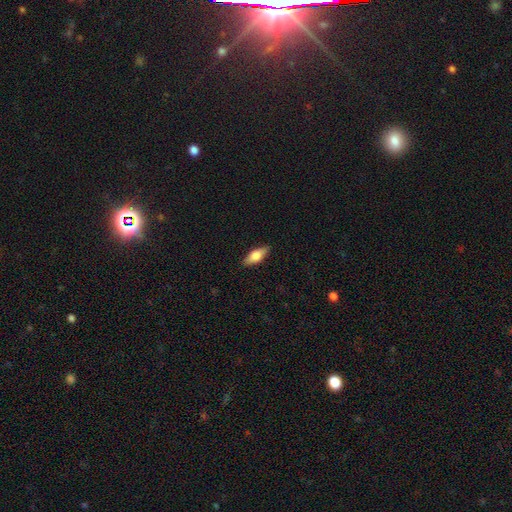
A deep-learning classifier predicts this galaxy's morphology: smooth_or_featured: smooth (p=0.68) [alt: featured or disk p=0.26]
how_rounded: in between (p=0.74) [alt: cigar-shaped p=0.24]
merging: none (p=0.87) [alt: minor disturbance p=0.10]